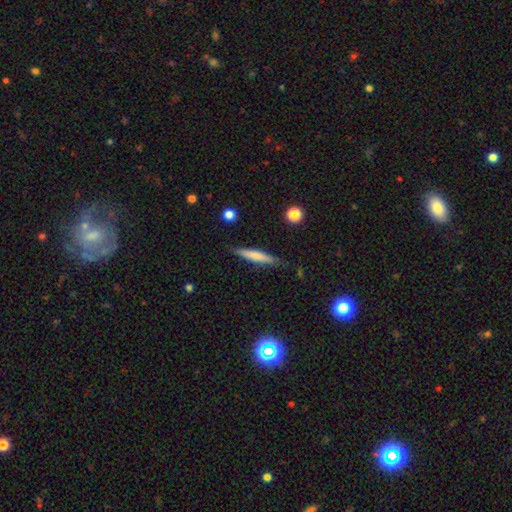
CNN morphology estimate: A smooth galaxy with no disk features (62%) that is cigar-shaped (92%).

Vote fractions:
- Smooth or featured? smooth: 62% / featured or disk: 32% / star or artifact: 6%
- How rounded? cigar-shaped: 92% / in between: 6% / round: 1%
- Merging? none: 86% / minor disturbance: 11% / major disturbance: 2% / merger: 2%